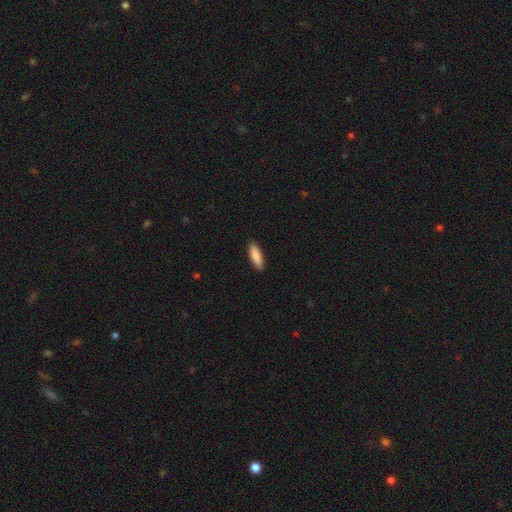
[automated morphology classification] Smooth or featured: smooth — 88% (featured or disk — 7%)
How rounded: in between — 51% (cigar-shaped — 48%)
Merging: none — 89% (minor disturbance — 8%)